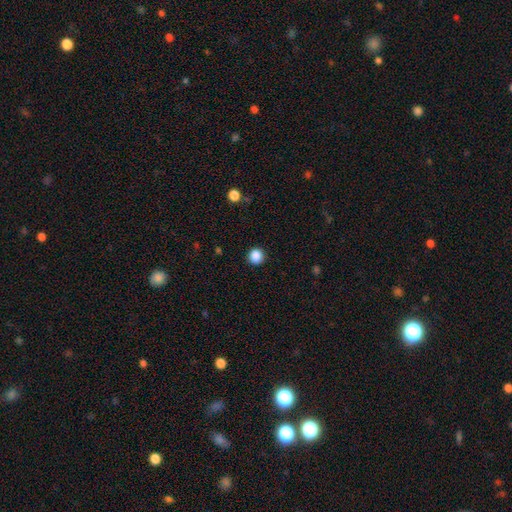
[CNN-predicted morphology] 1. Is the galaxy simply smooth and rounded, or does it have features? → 87% smooth, 10% star or artifact, 3% featured or disk.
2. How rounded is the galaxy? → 93% round, 7% in between, 1% cigar-shaped.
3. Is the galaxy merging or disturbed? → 91% none, 6% minor disturbance, 2% major disturbance, 1% merger.